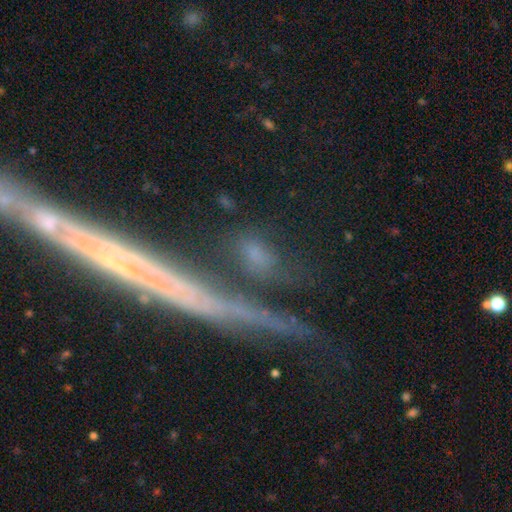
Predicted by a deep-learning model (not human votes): Morphology: type=smooth (35%); merging=none (67%).